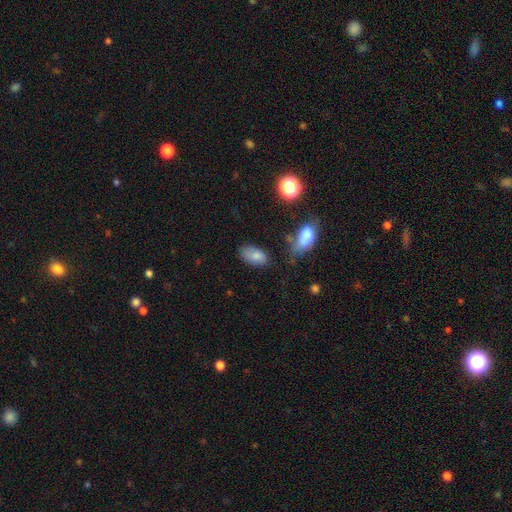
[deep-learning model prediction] smooth-or-featured: smooth: 80% | featured or disk: 11% | star or artifact: 9%
  how-rounded: in between: 93% | round: 5% | cigar-shaped: 2%
  merging: none: 64% | minor disturbance: 24% | major disturbance: 7% | merger: 5%